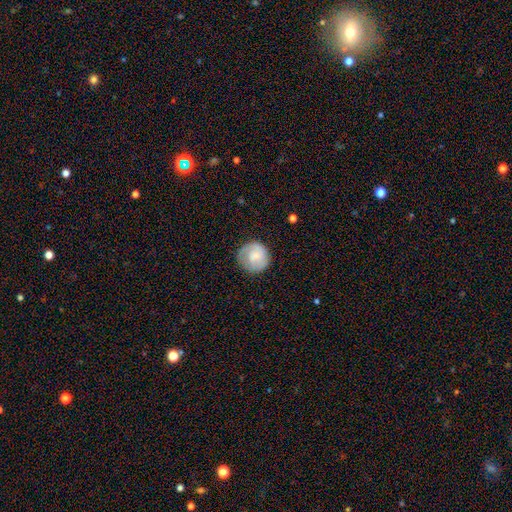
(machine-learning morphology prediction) A smooth galaxy with no disk features (55%) that is round (93%). Merging: none (78%).